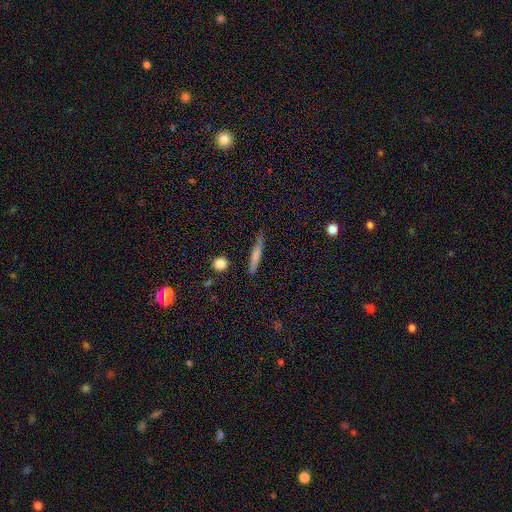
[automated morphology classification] Smooth or featured?
  - smooth: 65% *
  - featured or disk: 28%
  - star or artifact: 7%
How rounded?
  - cigar-shaped: 92% *
  - in between: 6%
  - round: 2%
Merging?
  - none: 81% *
  - minor disturbance: 14%
  - major disturbance: 3%
  - merger: 2%